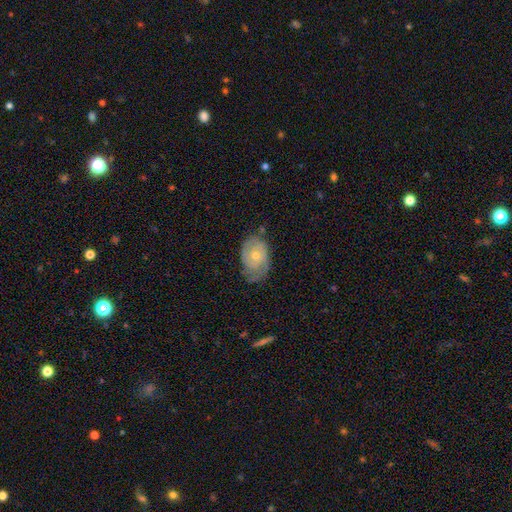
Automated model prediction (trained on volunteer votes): A featured or disk galaxy (71%) with no bar (76%), 2 (50%) tight (63%) spiral arms (86%) and a moderate central bulge (49%).

Vote fractions:
- Smooth or featured? featured or disk: 71% / smooth: 22% / star or artifact: 7%
- Edge-on disk? no: 96% / yes: 4%
- Bar? no: 76% / weak: 21% / strong: 3%
- Spiral arms? yes: 86% / no: 14%
- Spiral winding? tight: 63% / medium: 28% / loose: 9%
- Spiral arm count? 2: 50% / can't tell: 29% / 3: 8% / 1: 7% / 4: 3% / more than 4: 2%
- Bulge size? moderate: 49% / small: 48% / large: 1% / none: 1% / dominant: 1%
- Merging? none: 64% / minor disturbance: 27% / major disturbance: 8% / merger: 2%